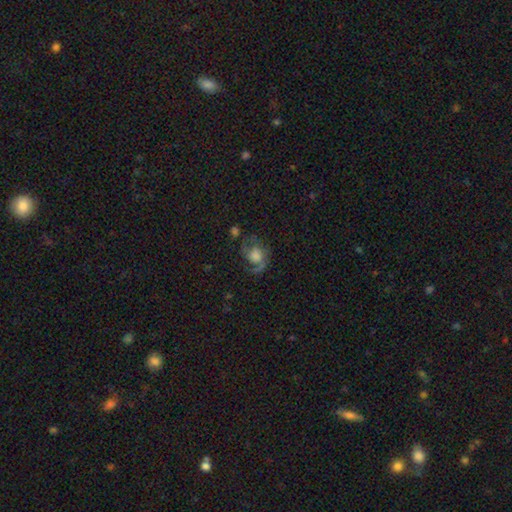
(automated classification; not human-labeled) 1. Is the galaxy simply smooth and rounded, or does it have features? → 64% featured or disk, 25% smooth, 11% star or artifact.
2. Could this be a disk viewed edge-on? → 97% no, 3% yes.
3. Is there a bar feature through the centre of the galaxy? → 75% no, 21% weak, 4% strong.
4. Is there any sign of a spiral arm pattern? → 84% yes, 16% no.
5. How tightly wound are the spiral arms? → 47% medium, 30% loose, 23% tight.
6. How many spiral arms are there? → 64% 2, 18% 1, 10% can't tell, 4% 3, 2% 4, 2% more than 4.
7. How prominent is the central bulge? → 45% large, 24% moderate, 13% none, 10% small, 8% dominant.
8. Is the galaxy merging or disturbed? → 52% none, 24% major disturbance, 21% minor disturbance, 4% merger.